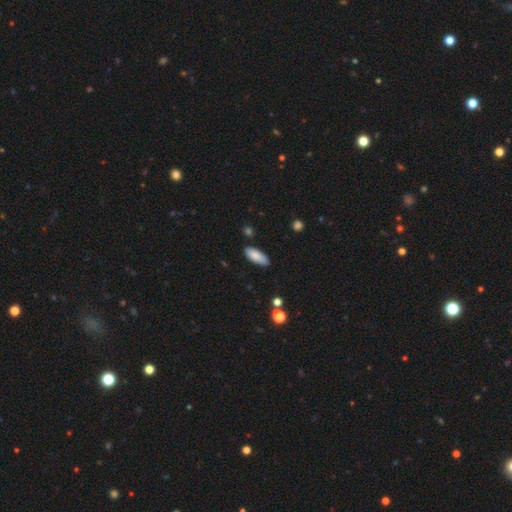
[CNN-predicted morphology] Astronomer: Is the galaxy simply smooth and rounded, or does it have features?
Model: smooth — 85%.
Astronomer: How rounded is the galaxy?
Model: in between — 80%.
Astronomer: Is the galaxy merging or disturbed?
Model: none — 84%.